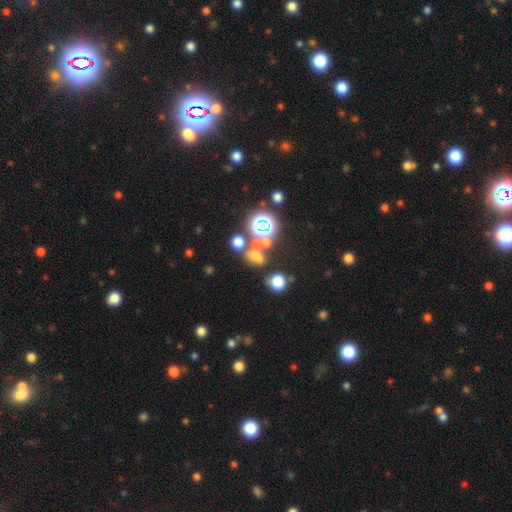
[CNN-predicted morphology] type=smooth (46%); merging=none (45%).